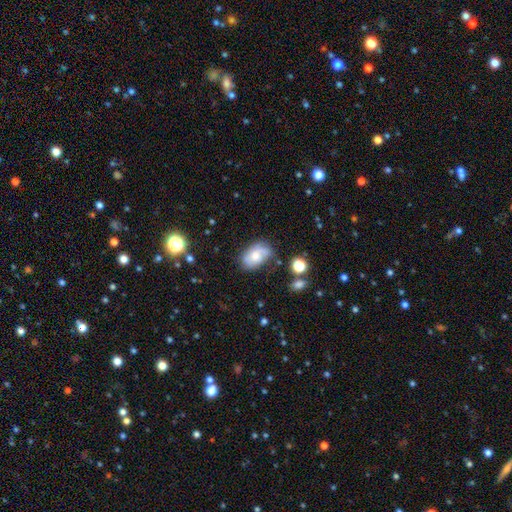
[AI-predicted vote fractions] Smooth or featured? Predicted: smooth (p=0.55). How rounded? Predicted: in between (p=0.88). Merging? Predicted: none (p=0.55).